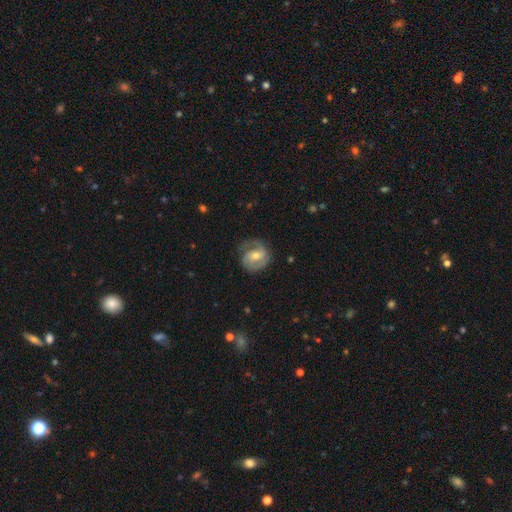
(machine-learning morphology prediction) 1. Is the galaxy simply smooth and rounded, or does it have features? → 79% featured or disk, 16% smooth, 6% star or artifact.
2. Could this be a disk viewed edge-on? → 97% no, 3% yes.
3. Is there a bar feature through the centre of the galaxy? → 43% weak, 38% no, 19% strong.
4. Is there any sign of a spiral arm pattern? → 94% yes, 6% no.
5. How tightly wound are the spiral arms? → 45% medium, 40% tight, 15% loose.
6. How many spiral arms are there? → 77% 2, 8% can't tell, 6% 1, 6% 3, 1% 4, 1% more than 4.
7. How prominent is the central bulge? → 56% moderate, 39% small, 3% large, 1% none, 1% dominant.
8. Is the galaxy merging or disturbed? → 70% none, 19% minor disturbance, 10% major disturbance, 1% merger.